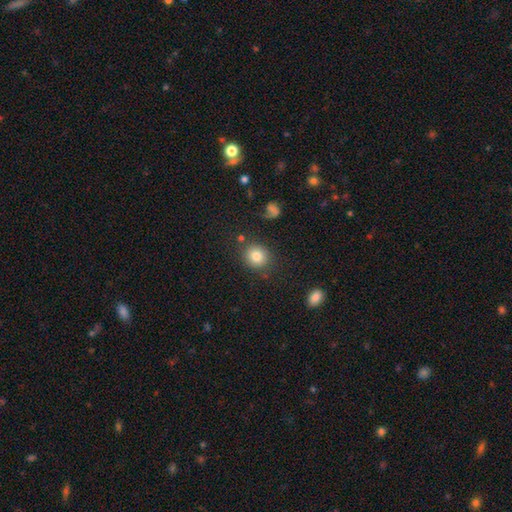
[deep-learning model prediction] This appears to be a smooth galaxy with no disk features (82%) that is round (80%). Merging: none (82%).